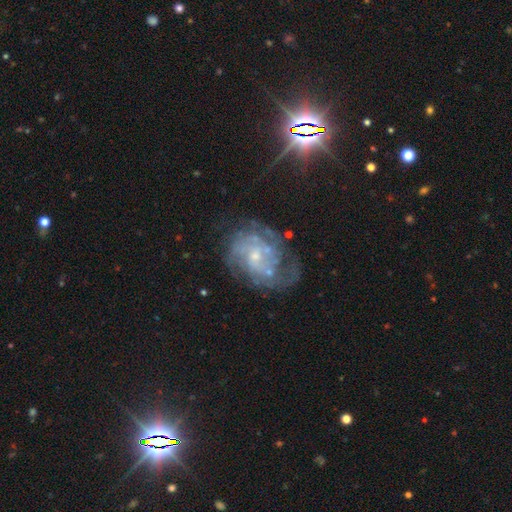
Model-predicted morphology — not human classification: smooth-or-featured: featured or disk: 78% | star or artifact: 12% | smooth: 11%
  disk-edge-on: no: 97% | yes: 3%
    bar: no: 66% | weak: 29% | strong: 5%
    has-spiral-arms: yes: 86% | no: 14%
      spiral-winding: tight: 50% | medium: 37% | loose: 13%
      spiral-arm-count: can't tell: 44% | 2: 20% | 3: 16% | 4: 9% | 1: 6% | more than 4: 5%
    bulge-size: small: 65% | moderate: 27% | none: 5% | large: 2% | dominant: 1%
  merging: none: 55% | minor disturbance: 21% | major disturbance: 18% | merger: 6%